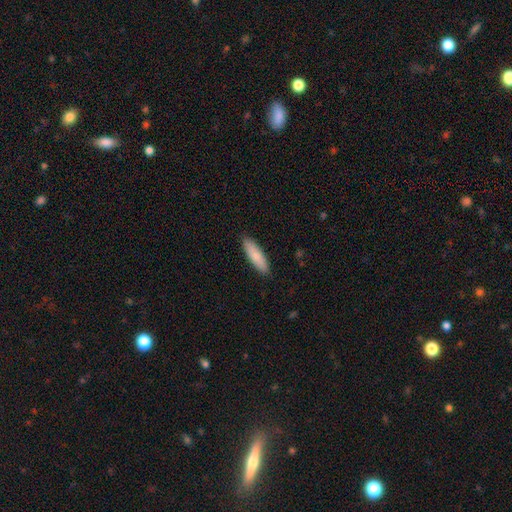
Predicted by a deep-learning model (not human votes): Smooth or featured?
  - smooth: 81% *
  - featured or disk: 13%
  - star or artifact: 6%
How rounded?
  - cigar-shaped: 56% *
  - in between: 42%
  - round: 2%
Merging?
  - none: 89% *
  - minor disturbance: 9%
  - major disturbance: 2%
  - merger: 1%